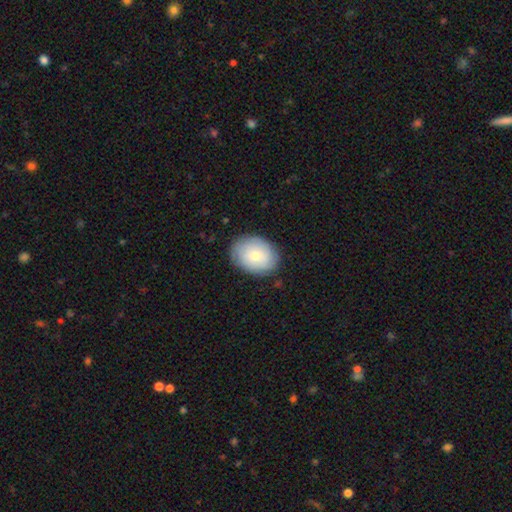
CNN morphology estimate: Q: Smooth or featured?
A: smooth (62%); runner-up: featured or disk (31%)
Q: How rounded?
A: in between (68%); runner-up: round (31%)
Q: Merging?
A: none (82%); runner-up: minor disturbance (13%)